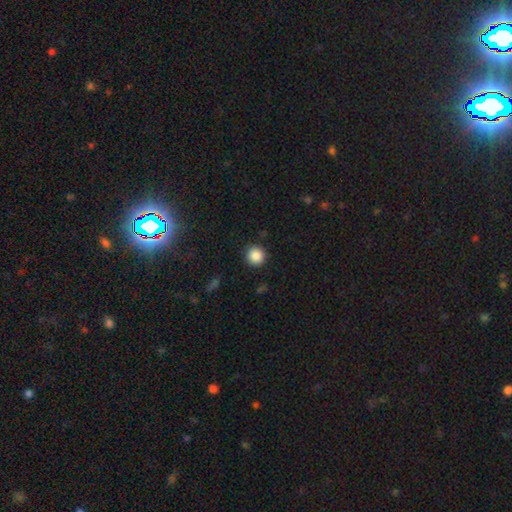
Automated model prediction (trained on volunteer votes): Morphology: type=smooth (87%); roundness=round (95%); merging=none (92%).